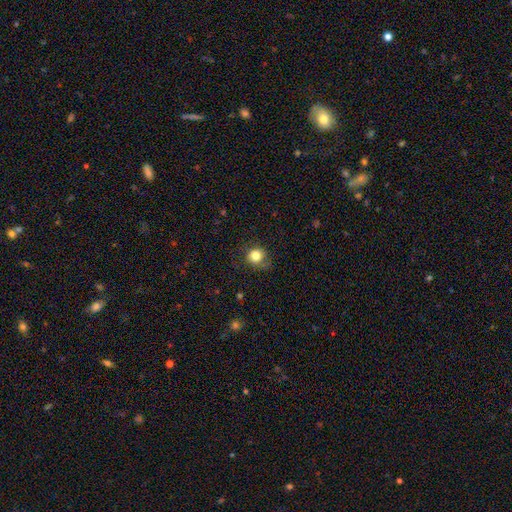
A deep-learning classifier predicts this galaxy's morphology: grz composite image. It shows a smooth galaxy with no disk features (82%) that is round (85%). Merging: none (74%).